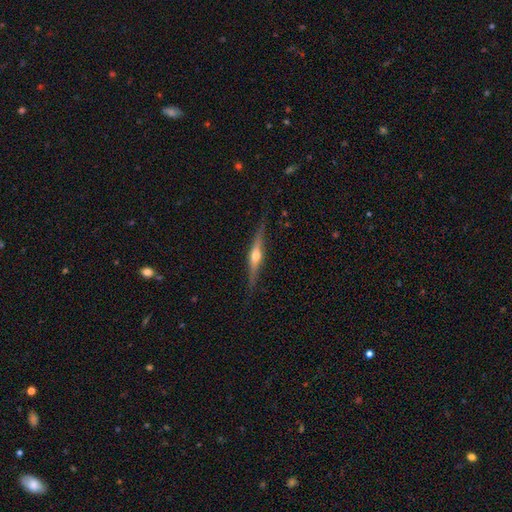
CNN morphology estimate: This appears to be a featured or disk galaxy (74%) viewed edge-on (97%) with a rounded central bulge (91%). Merging: none (85%).